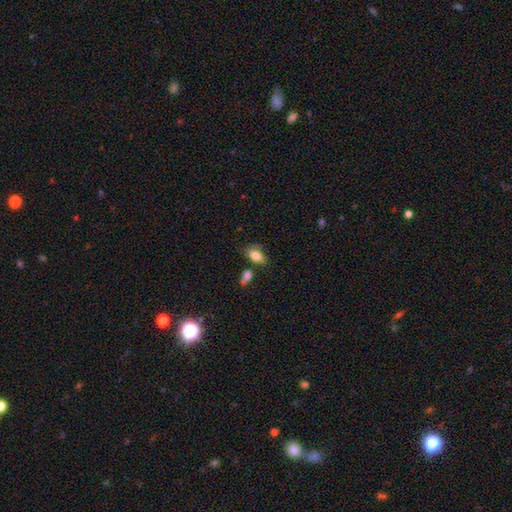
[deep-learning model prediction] A smooth galaxy with no disk features (82%) that is in between round and cigar-shaped (90%). Merging: none (56%).